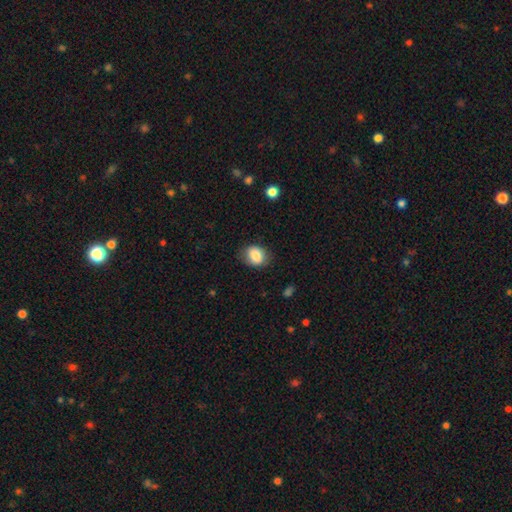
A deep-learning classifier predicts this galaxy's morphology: smooth-or-featured: smooth: 83% | featured or disk: 9% | star or artifact: 8%
  how-rounded: in between: 51% | round: 48% | cigar-shaped: 1%
  merging: none: 78% | minor disturbance: 17% | major disturbance: 4% | merger: 1%